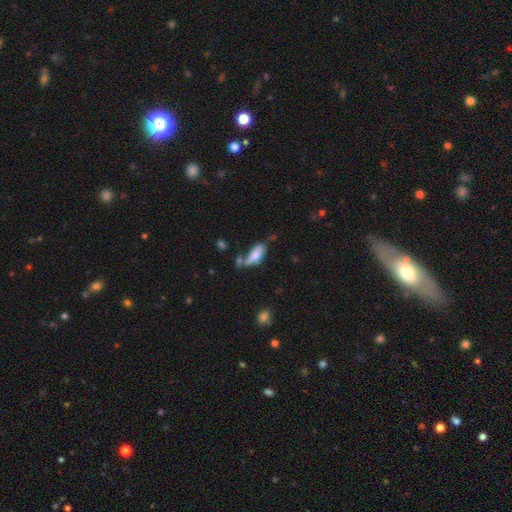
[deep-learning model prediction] The model was most divided on "merging": none: 42%, minor disturbance: 24%, merger: 22%, major disturbance: 12%. More confident: how rounded — in between (72%); smooth or featured — smooth (67%).